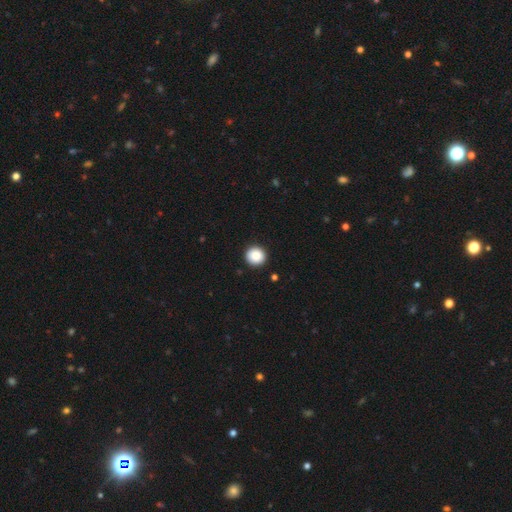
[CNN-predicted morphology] Smooth or featured?
  - smooth: 87% *
  - star or artifact: 9%
  - featured or disk: 4%
How rounded?
  - round: 94% *
  - in between: 5%
  - cigar-shaped: 1%
Merging?
  - none: 92% *
  - minor disturbance: 5%
  - major disturbance: 2%
  - merger: 1%